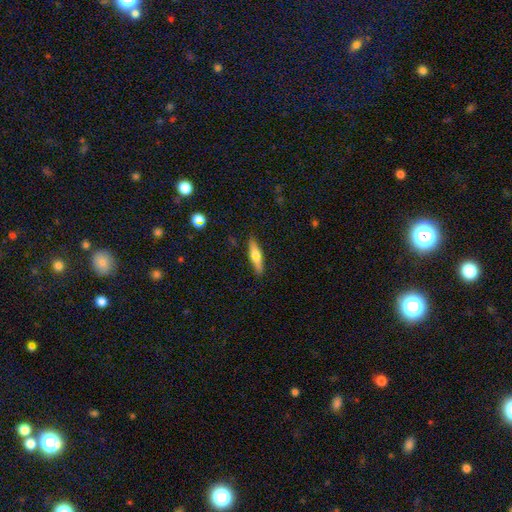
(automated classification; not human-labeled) smooth-or-featured: smooth: 60% | featured or disk: 31% | star or artifact: 8%
  how-rounded: cigar-shaped: 71% | in between: 26% | round: 3%
  merging: none: 82% | minor disturbance: 12% | merger: 3% | major disturbance: 3%